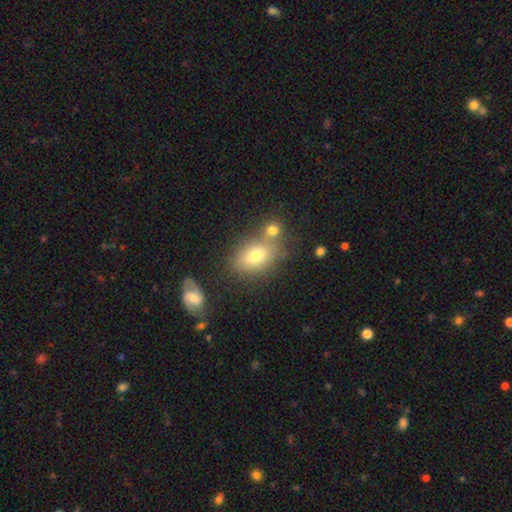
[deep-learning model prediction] Smooth or featured: smooth — 72% (featured or disk — 17%)
How rounded: in between — 79% (round — 18%)
Merging: none — 57% (merger — 24%)